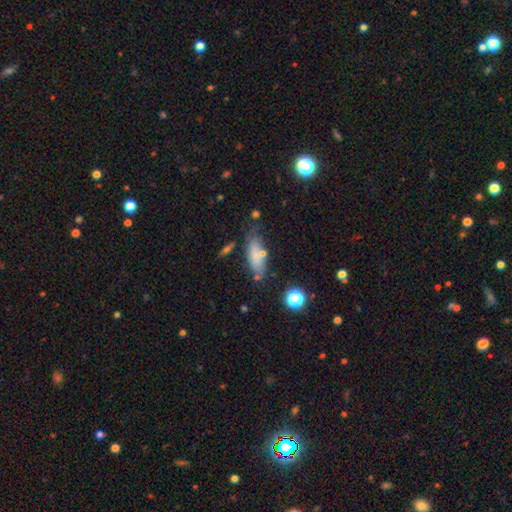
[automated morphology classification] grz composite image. It shows a smooth galaxy with no disk features (74%) that is in between round and cigar-shaped (63%). Merging: none (67%).